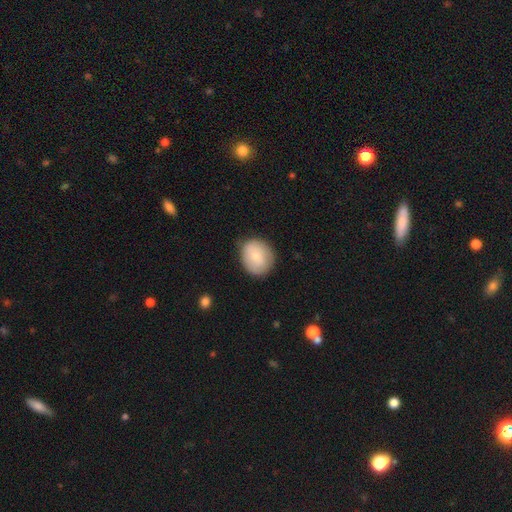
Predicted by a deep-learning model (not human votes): Overall: smooth (75%). How rounded: round (68%; in between 31%). Merging: none (79%).